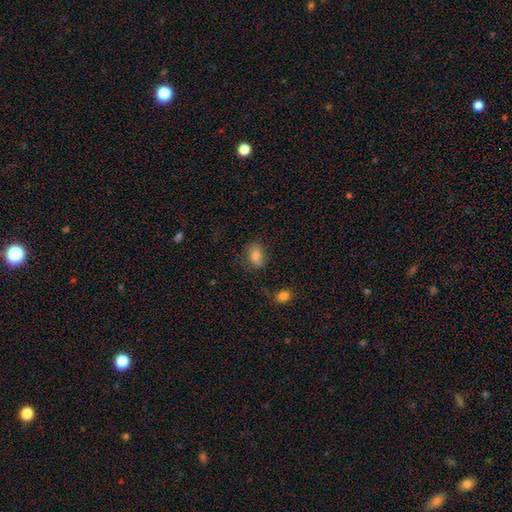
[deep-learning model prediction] Smooth or featured?
  - smooth: 80% *
  - featured or disk: 11%
  - star or artifact: 10%
How rounded?
  - in between: 76% *
  - round: 22%
  - cigar-shaped: 2%
Merging?
  - none: 75% *
  - minor disturbance: 17%
  - major disturbance: 6%
  - merger: 2%